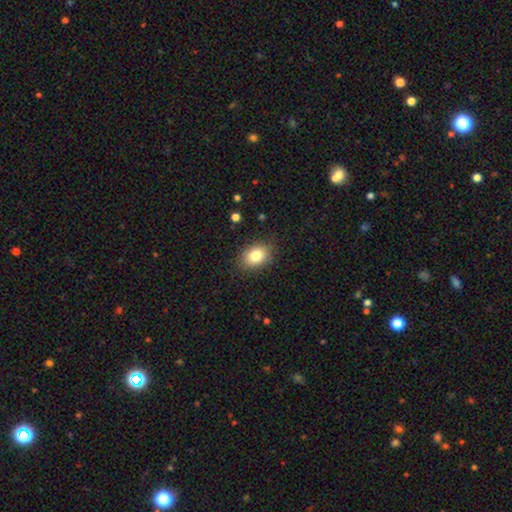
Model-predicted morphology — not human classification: Overall: smooth (82%). How rounded: in between (76%). Merging: none (85%).